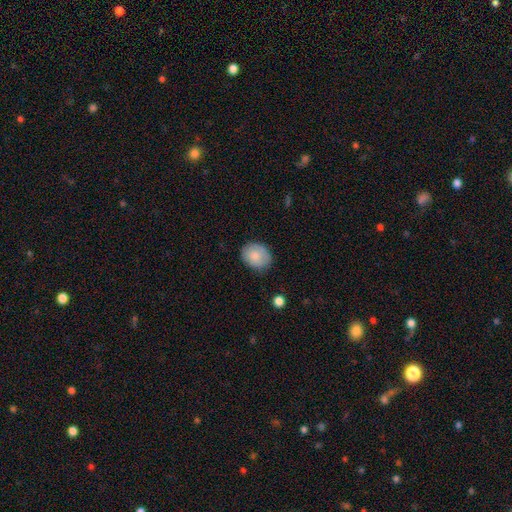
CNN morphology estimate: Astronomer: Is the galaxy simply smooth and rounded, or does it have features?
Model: smooth — 80%.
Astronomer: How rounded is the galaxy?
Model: in between — 53% (runner-up: round, 46%).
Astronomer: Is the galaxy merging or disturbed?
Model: none — 77%.